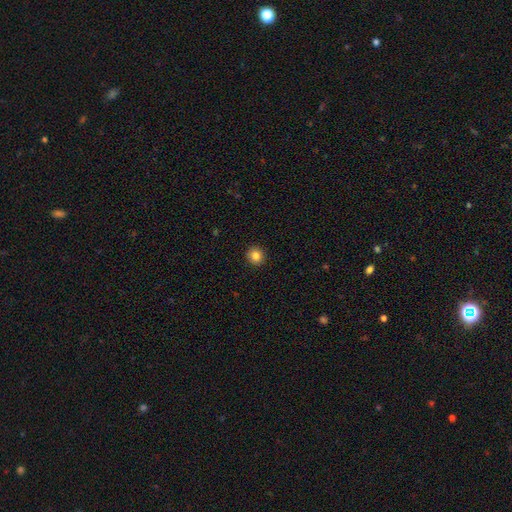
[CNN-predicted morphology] smooth_or_featured: smooth (p=0.83) [alt: star or artifact p=0.11]
how_rounded: round (p=0.93) [alt: in between p=0.06]
merging: none (p=0.93) [alt: minor disturbance p=0.05]